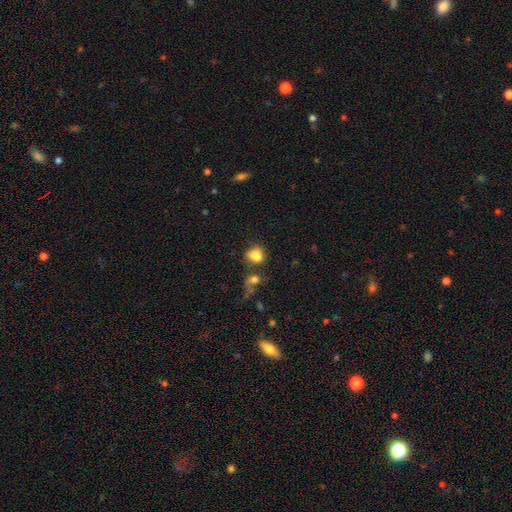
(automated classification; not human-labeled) Smooth or featured: smooth — 79% (star or artifact — 12%)
How rounded: in between — 55% (round — 44%)
Merging: none — 44% (merger — 28%)